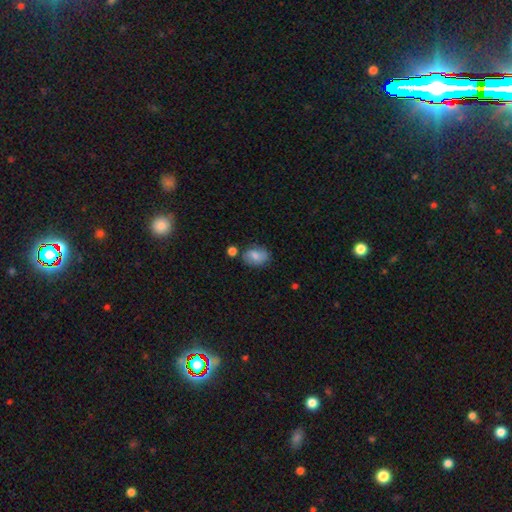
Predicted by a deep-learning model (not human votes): Smooth or featured: smooth — 72% (featured or disk — 19%)
How rounded: in between — 73% (round — 26%)
Merging: none — 69% (minor disturbance — 19%)